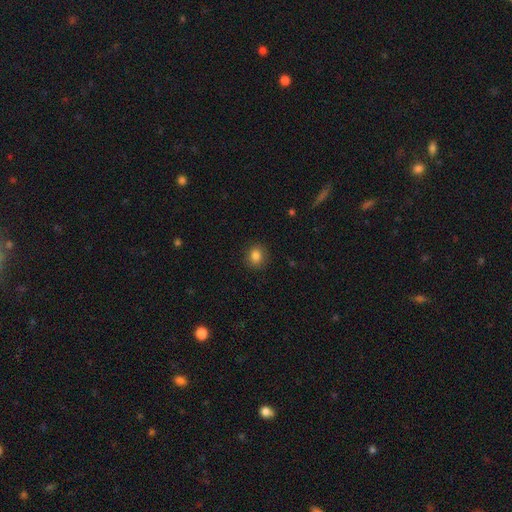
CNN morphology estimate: Smooth or featured?
  - smooth: 84% *
  - star or artifact: 11%
  - featured or disk: 5%
How rounded?
  - round: 76% *
  - in between: 23%
  - cigar-shaped: 1%
Merging?
  - none: 88% *
  - minor disturbance: 8%
  - major disturbance: 2%
  - merger: 1%